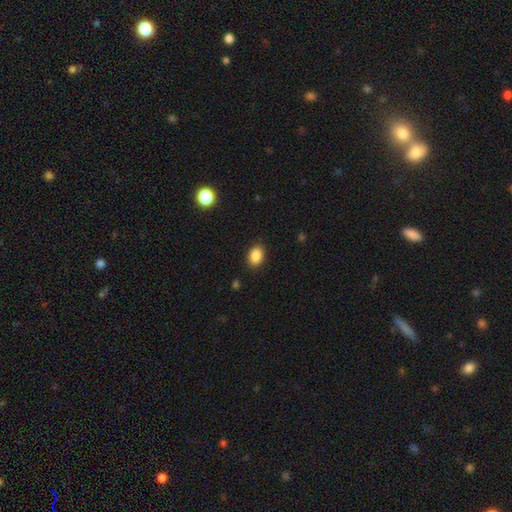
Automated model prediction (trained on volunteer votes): A smooth galaxy with no disk features (88%) that is in between round and cigar-shaped (76%).

Vote fractions:
- Smooth or featured? smooth: 88% / star or artifact: 9% / featured or disk: 3%
- How rounded? in between: 76% / round: 23% / cigar-shaped: 1%
- Merging? none: 88% / minor disturbance: 9% / major disturbance: 2% / merger: 1%